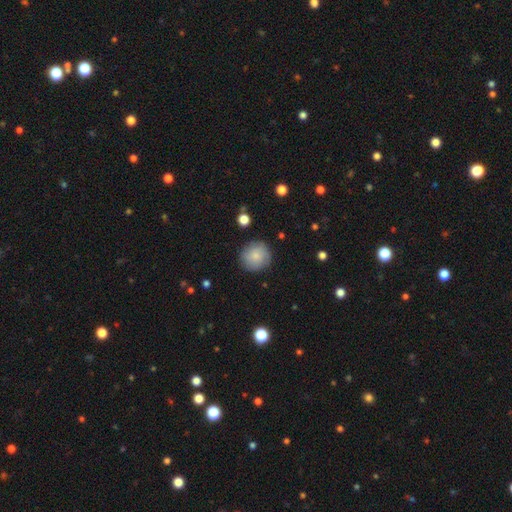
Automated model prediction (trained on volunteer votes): This is clearly a smooth galaxy (80%). How rounded: clearly round (93%). Merging: clearly none (85%).